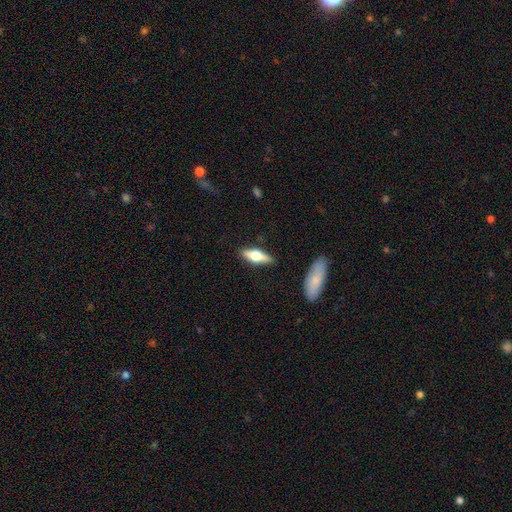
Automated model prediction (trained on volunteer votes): A featured or disk galaxy (50%) viewed edge-on (92%).

Vote fractions:
- Smooth or featured? featured or disk: 50% / smooth: 44% / star or artifact: 6%
- Edge-on disk? yes: 92% / no: 8%
- Merging? none: 85% / minor disturbance: 10% / major disturbance: 3% / merger: 2%